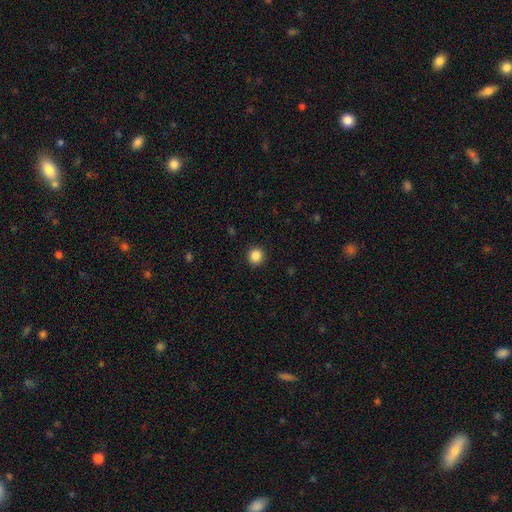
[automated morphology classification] smooth-or-featured: smooth: 86% | star or artifact: 10% | featured or disk: 4%
  how-rounded: round: 93% | in between: 6% | cigar-shaped: 1%
  merging: none: 93% | minor disturbance: 5% | major disturbance: 2% | merger: 1%